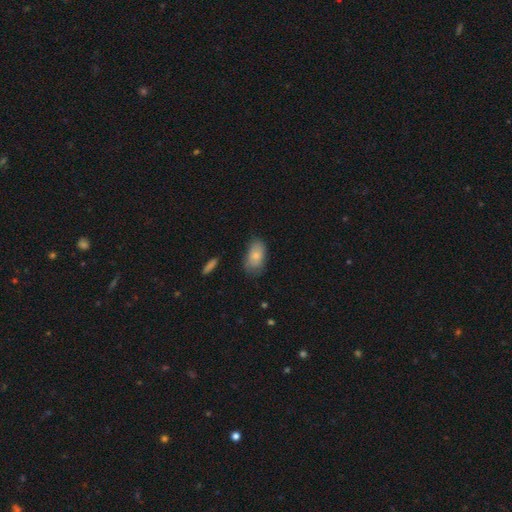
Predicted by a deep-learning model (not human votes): The model was most divided on "merging": none: 68%, minor disturbance: 25%, major disturbance: 6%, merger: 2%. More confident: how rounded — in between (92%); smooth or featured — smooth (78%).